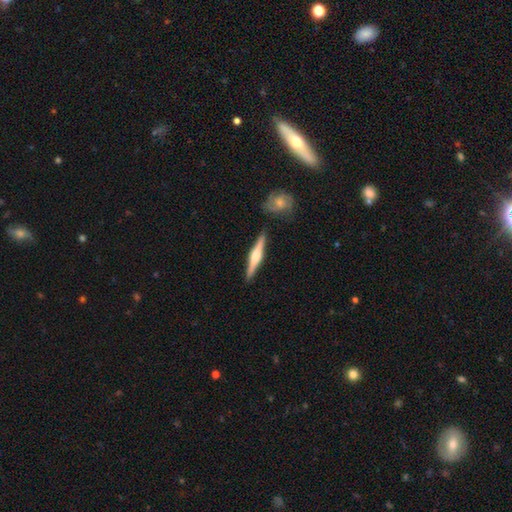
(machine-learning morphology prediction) This appears to be a featured or disk galaxy (70%) viewed edge-on (97%) with a rounded central bulge (86%). Merging: none (88%).